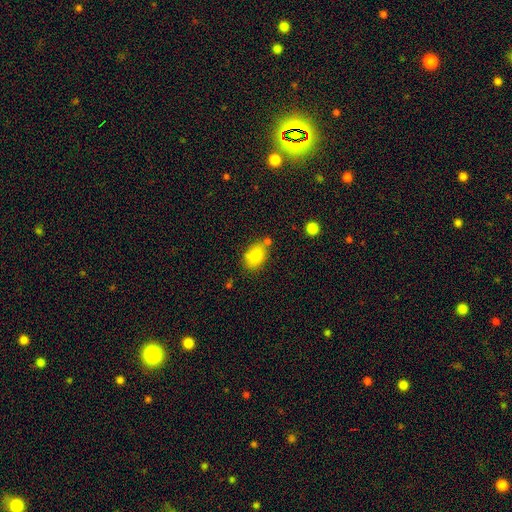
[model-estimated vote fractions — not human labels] Smooth or featured? Predicted: smooth (p=0.81). How rounded? Predicted: in between (p=0.75). Merging? Predicted: none (p=0.62).